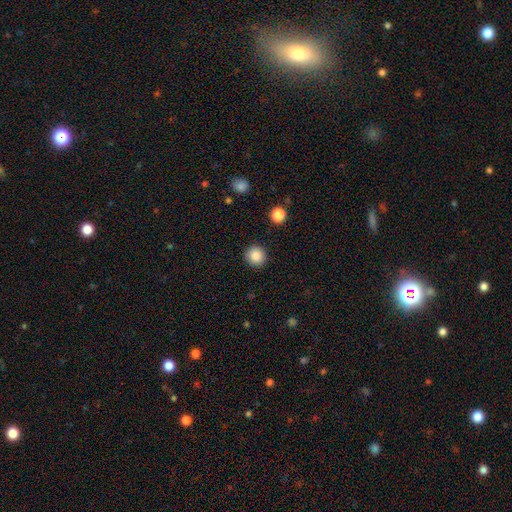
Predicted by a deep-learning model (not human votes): Smooth or featured? smooth (87%)
How rounded? round (93%)
Merging? none (91%)